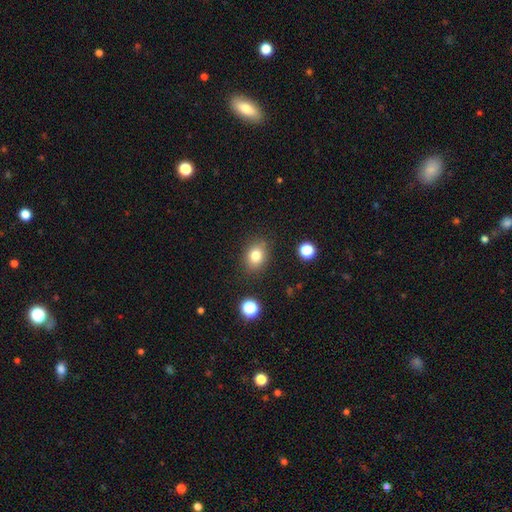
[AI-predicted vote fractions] The model was most divided on "how rounded": round: 51%, in between: 48%, cigar-shaped: 1%. More confident: merging — none (84%); smooth or featured — smooth (80%).